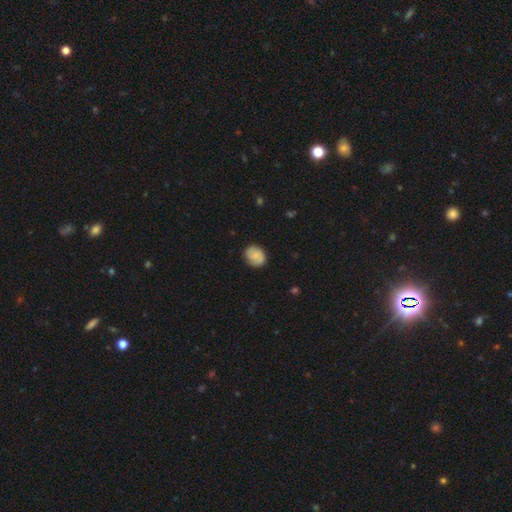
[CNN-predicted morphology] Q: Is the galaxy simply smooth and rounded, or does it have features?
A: smooth — 69%.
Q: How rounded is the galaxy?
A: round — 55%.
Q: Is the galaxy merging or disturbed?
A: none — 82%.